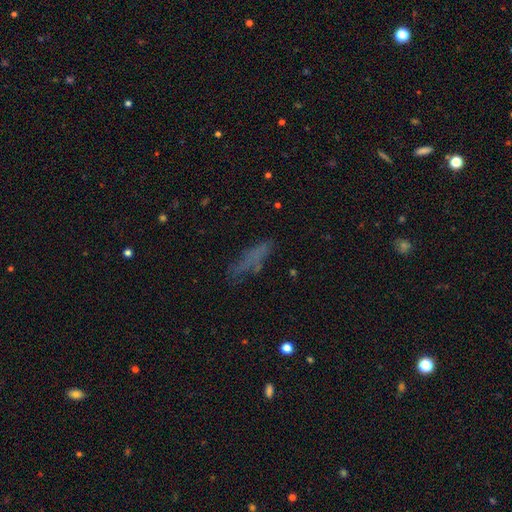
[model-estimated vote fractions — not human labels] smooth 56%, featured or disk 25%, star or artifact 19%. Down the decision tree: how rounded — cigar-shaped (61%); merging — none (59%).